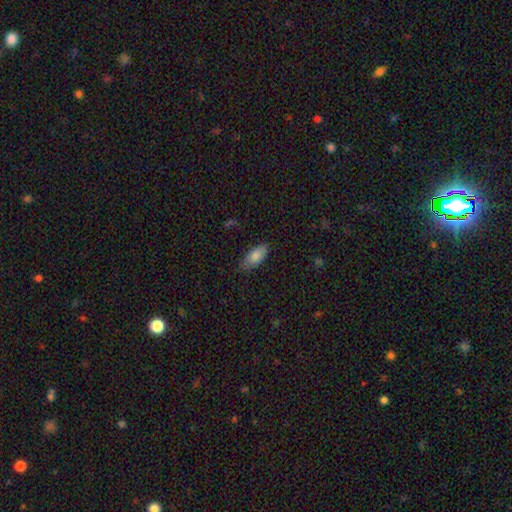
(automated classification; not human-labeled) Morphology: type=smooth (83%); roundness=in between (87%); merging=none (74%).